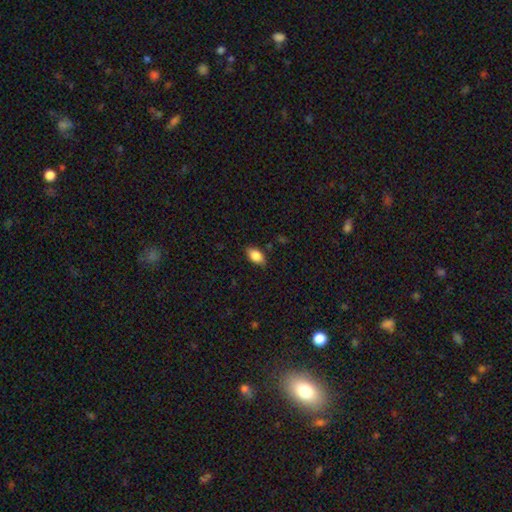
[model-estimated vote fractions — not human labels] Q: Smooth or featured?
A: smooth (84%); runner-up: featured or disk (8%)
Q: How rounded?
A: in between (89%); runner-up: round (8%)
Q: Merging?
A: none (82%); runner-up: minor disturbance (14%)